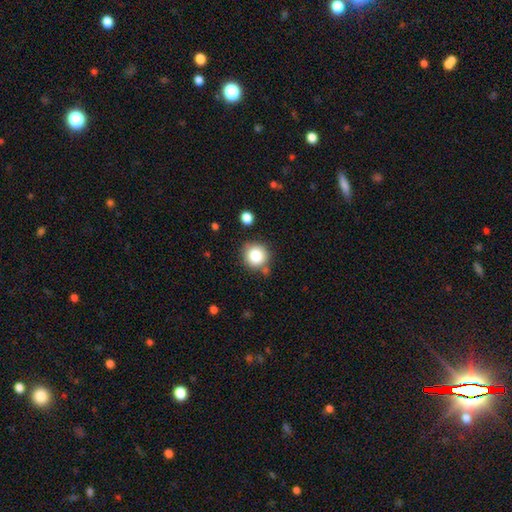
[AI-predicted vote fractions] Q: Smooth or featured?
A: smooth (83%); runner-up: star or artifact (10%)
Q: How rounded?
A: round (92%); runner-up: in between (7%)
Q: Merging?
A: none (79%); runner-up: minor disturbance (11%)